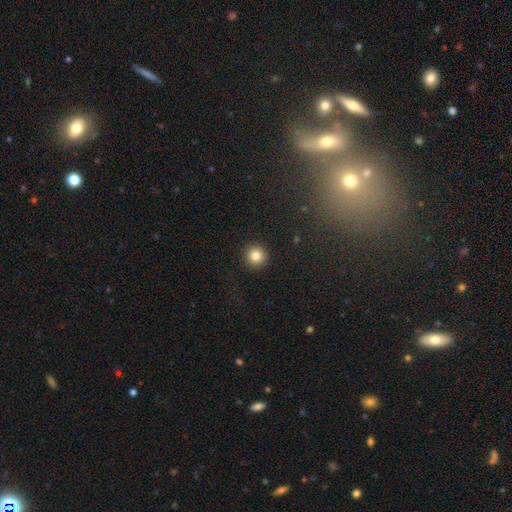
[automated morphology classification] Smooth or featured? Predicted: smooth (p=0.83). How rounded? Predicted: round (p=0.95). Merging? Predicted: none (p=0.93).